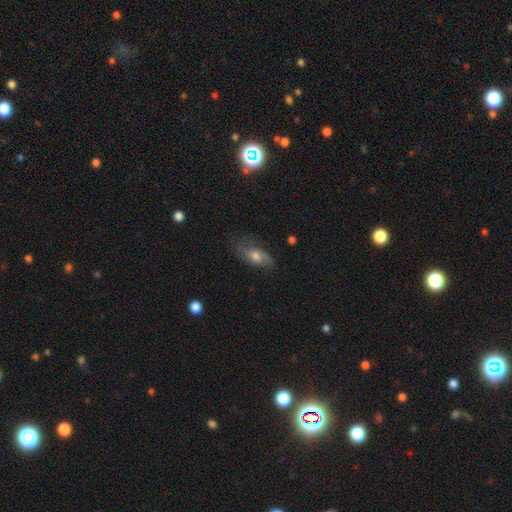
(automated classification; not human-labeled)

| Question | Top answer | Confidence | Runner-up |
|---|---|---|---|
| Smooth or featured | smooth | 53% | featured or disk (37%) |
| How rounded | in between | 80% | cigar-shaped (13%) |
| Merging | none | 65% | minor disturbance (24%) |